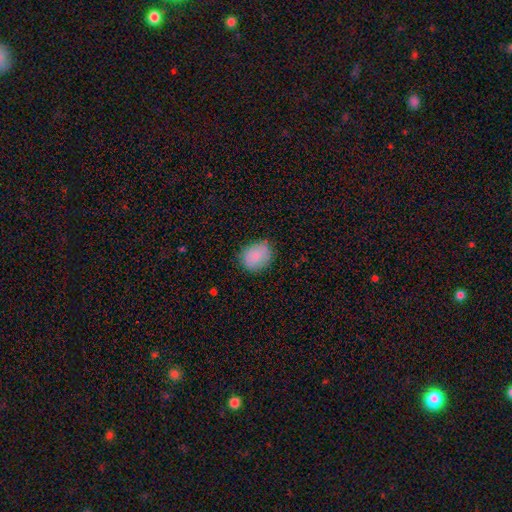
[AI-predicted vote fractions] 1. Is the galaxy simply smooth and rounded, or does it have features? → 83% smooth, 10% featured or disk, 7% star or artifact.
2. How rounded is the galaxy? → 51% round, 48% in between, 1% cigar-shaped.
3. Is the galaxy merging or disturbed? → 77% none, 18% minor disturbance, 4% major disturbance, 1% merger.